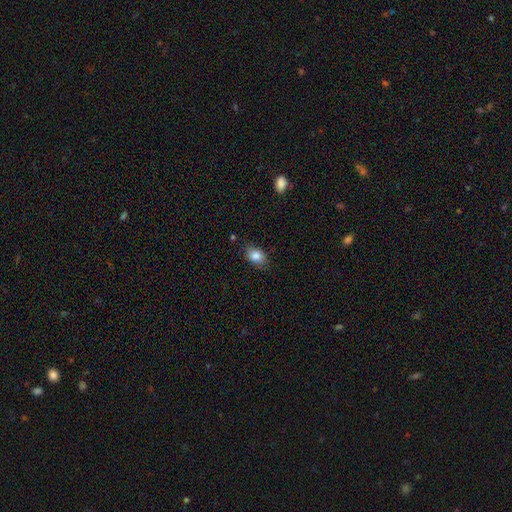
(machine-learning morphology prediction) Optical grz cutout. It shows a smooth galaxy with no disk features (84%) that is in between round and cigar-shaped (79%). Merging: none (80%).